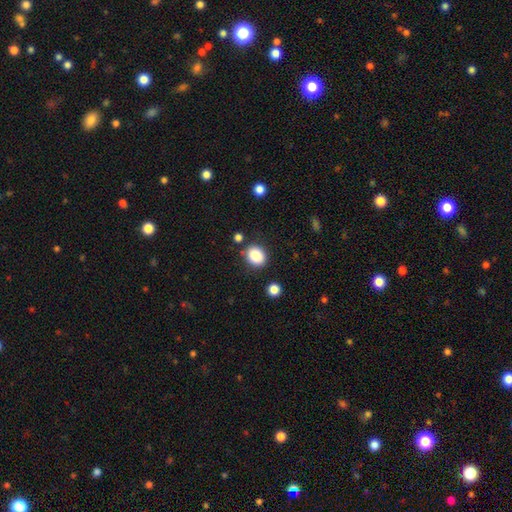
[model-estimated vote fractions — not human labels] Overall: smooth (86%). How rounded: round (51%; in between 49%). Merging: none (82%).